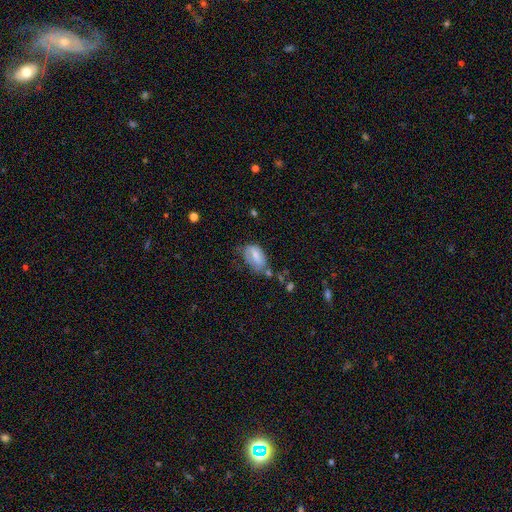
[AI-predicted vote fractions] A smooth galaxy with no disk features (61%) that is in between round and cigar-shaped (90%). Merging: none (38%).